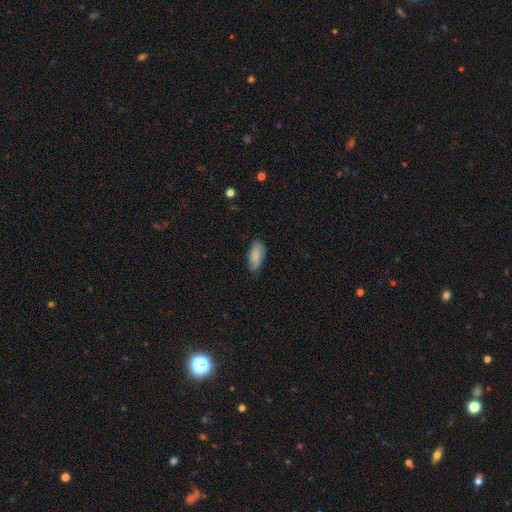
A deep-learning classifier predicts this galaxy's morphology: smooth_or_featured: smooth (p=0.74) [alt: featured or disk p=0.19]
how_rounded: in between (p=0.89) [alt: cigar-shaped p=0.08]
merging: none (p=0.66) [alt: minor disturbance p=0.26]